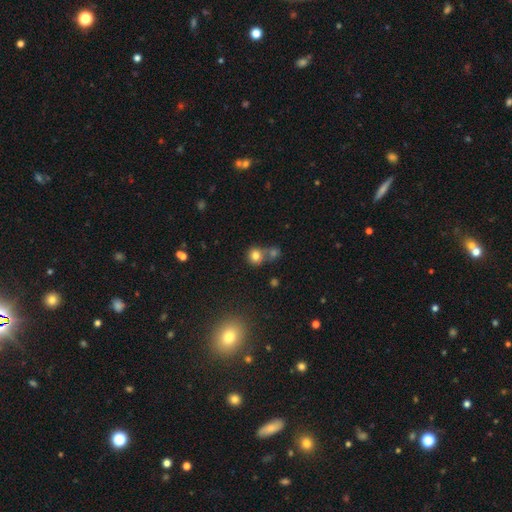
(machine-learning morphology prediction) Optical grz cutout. It shows a smooth galaxy with no disk features (78%) that is round (84%). Merging: none (47%).